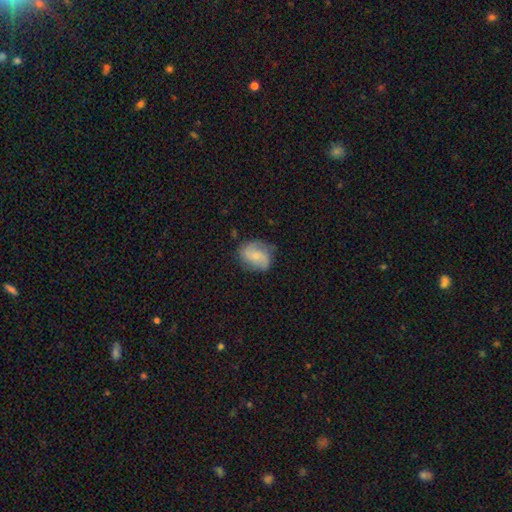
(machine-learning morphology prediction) A featured or disk galaxy (47%). Merging: none (67%).